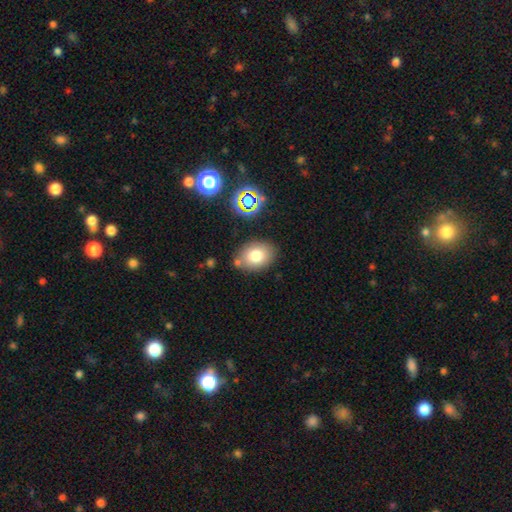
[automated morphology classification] Smooth or featured? Predicted: smooth (p=0.77). How rounded? Predicted: in between (p=0.70). Merging? Predicted: none (p=0.77).